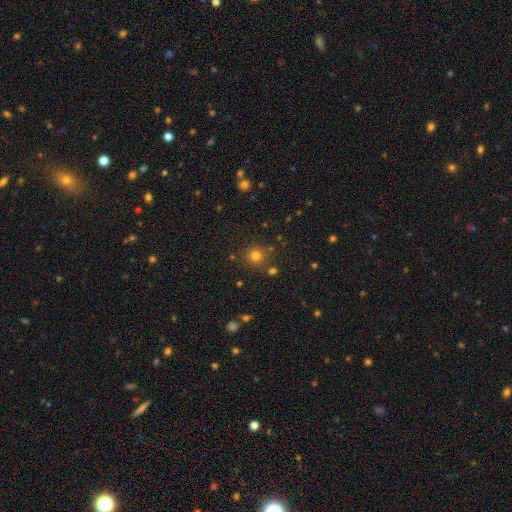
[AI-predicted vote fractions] Smooth or featured? Predicted: smooth (p=0.76). How rounded? Predicted: round (p=0.92). Merging? Predicted: none (p=0.85).